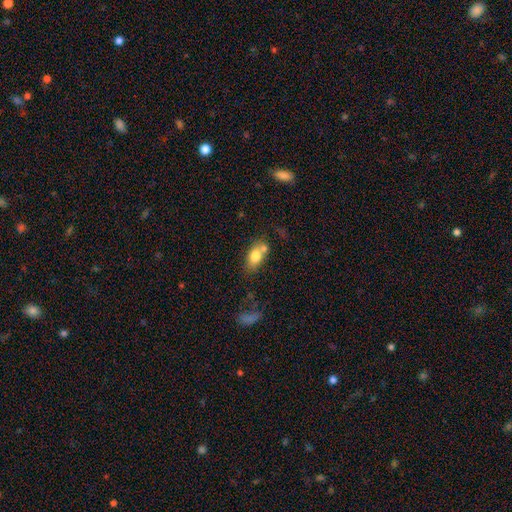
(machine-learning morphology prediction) This is likely a smooth galaxy (75%). How rounded: clearly in between (81%). Merging: possibly none (48%).